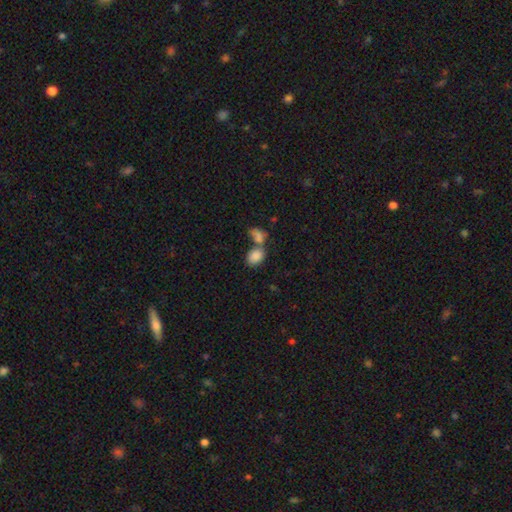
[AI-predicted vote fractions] smooth-or-featured: smooth: 85% | star or artifact: 8% | featured or disk: 7%
  how-rounded: in between: 80% | round: 18% | cigar-shaped: 1%
  merging: merger: 56% | none: 31% | minor disturbance: 9% | major disturbance: 4%